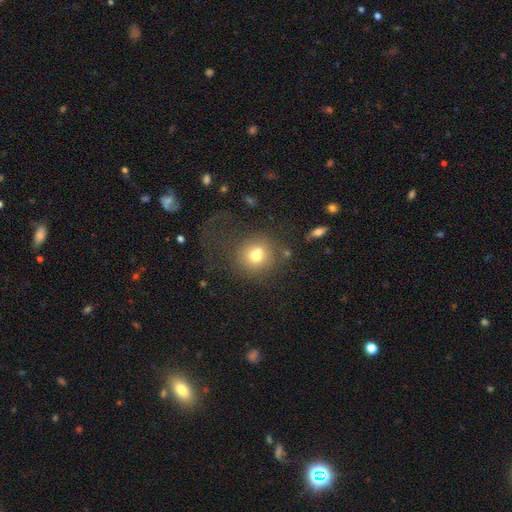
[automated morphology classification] Smooth or featured? smooth (69%)
How rounded? round (86%)
Merging? none (48%)